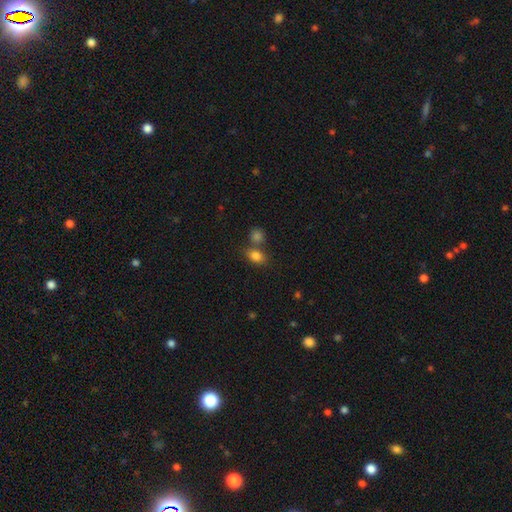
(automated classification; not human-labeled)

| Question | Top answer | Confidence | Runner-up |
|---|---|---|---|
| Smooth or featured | smooth | 82% | star or artifact (11%) |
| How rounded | in between | 70% | round (29%) |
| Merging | none | 56% | merger (29%) |